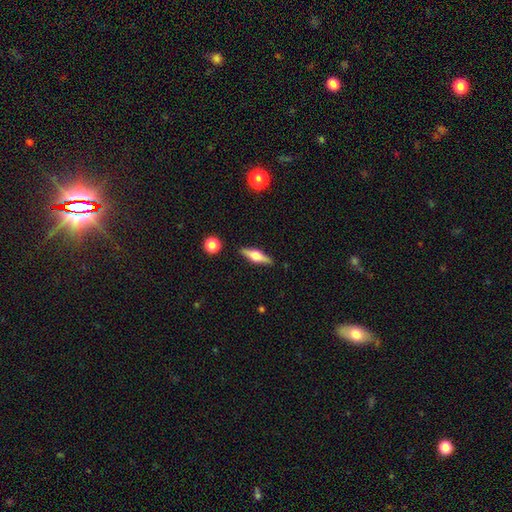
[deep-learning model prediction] featured or disk 60%, smooth 34%, star or artifact 6%. Down the decision tree: edge-on disk — yes (95%); edge-on bulge — rounded (93%); merging — none (88%).